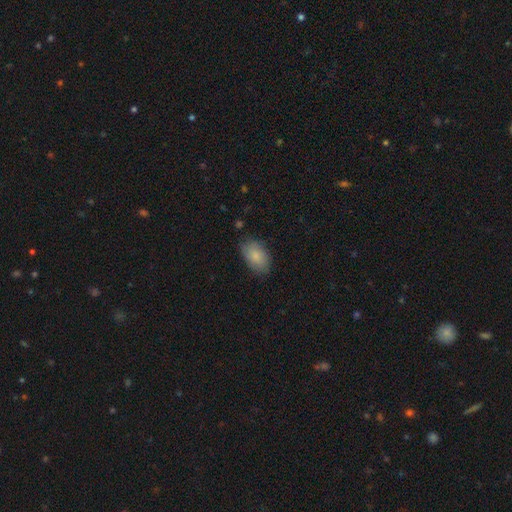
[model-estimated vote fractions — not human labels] A smooth galaxy with no disk features (86%) that is in between round and cigar-shaped (92%).

Vote fractions:
- Smooth or featured? smooth: 86% / featured or disk: 8% / star or artifact: 6%
- How rounded? in between: 92% / round: 6% / cigar-shaped: 1%
- Merging? none: 79% / minor disturbance: 16% / major disturbance: 4% / merger: 1%